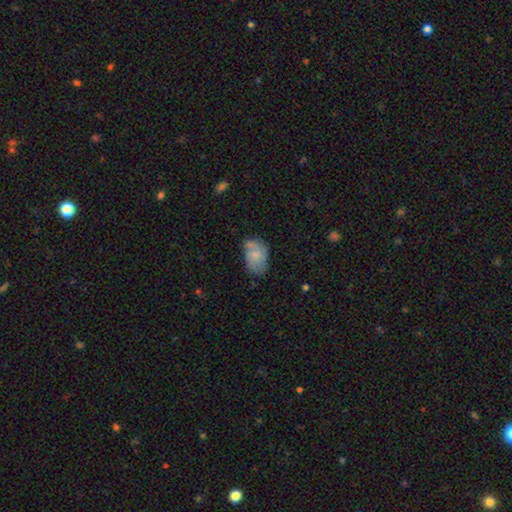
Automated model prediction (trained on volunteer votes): This appears to be a smooth galaxy with no disk features (62%) that is in between round and cigar-shaped (88%). Merging: none (43%).